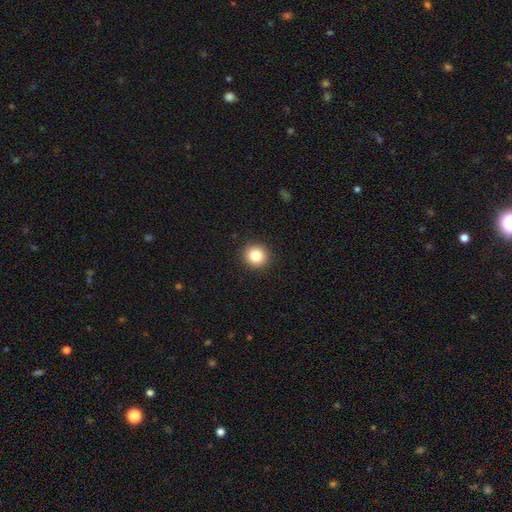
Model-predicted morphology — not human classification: smooth_or_featured: smooth (p=0.83) [alt: star or artifact p=0.10]
how_rounded: round (p=0.90) [alt: in between p=0.09]
merging: none (p=0.92) [alt: minor disturbance p=0.05]